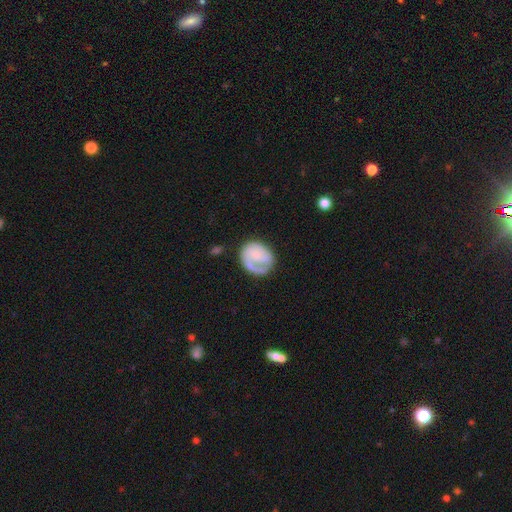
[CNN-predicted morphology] Q: Smooth or featured?
A: featured or disk (50%); runner-up: smooth (43%)
Q: Edge-on disk?
A: no (98%); runner-up: yes (2%)
Q: Merging?
A: none (53%); runner-up: minor disturbance (23%)